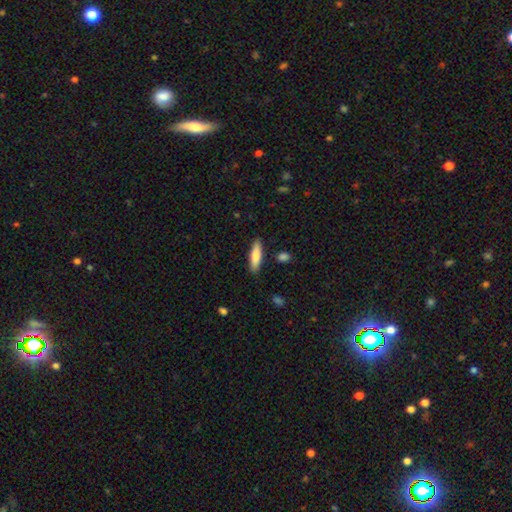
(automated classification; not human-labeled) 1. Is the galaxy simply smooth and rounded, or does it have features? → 79% smooth, 15% featured or disk, 6% star or artifact.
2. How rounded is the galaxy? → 66% cigar-shaped, 32% in between, 2% round.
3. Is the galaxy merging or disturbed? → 87% none, 9% minor disturbance, 2% merger, 2% major disturbance.